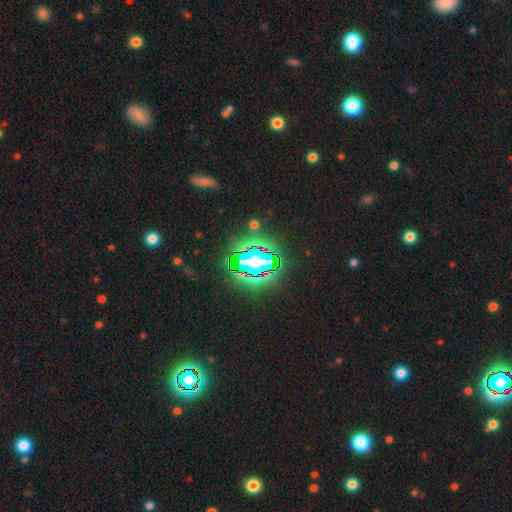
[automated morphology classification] Smooth or featured?
  - star or artifact: 82% *
  - smooth: 10%
  - featured or disk: 8%